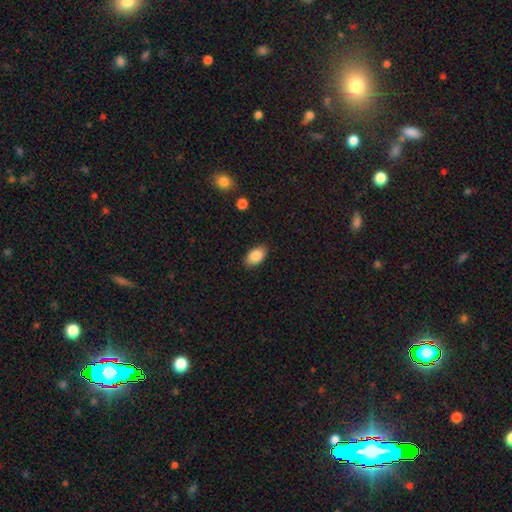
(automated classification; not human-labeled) smooth 87%, star or artifact 7%, featured or disk 6%. Down the decision tree: how rounded — in between (93%); merging — none (87%).